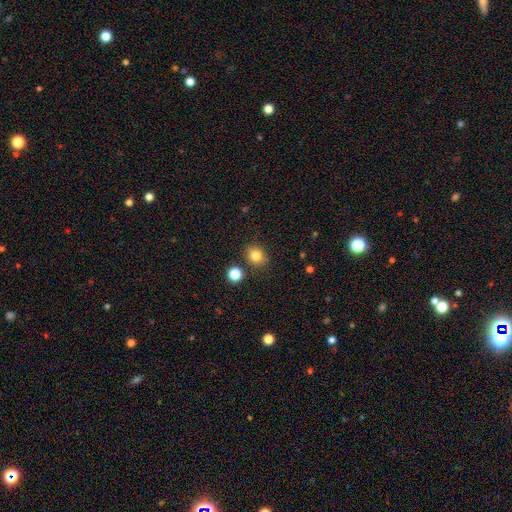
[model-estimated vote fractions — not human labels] smooth_or_featured: smooth (p=0.81) [alt: star or artifact p=0.13]
how_rounded: round (p=0.68) [alt: in between p=0.31]
merging: none (p=0.83) [alt: minor disturbance p=0.10]